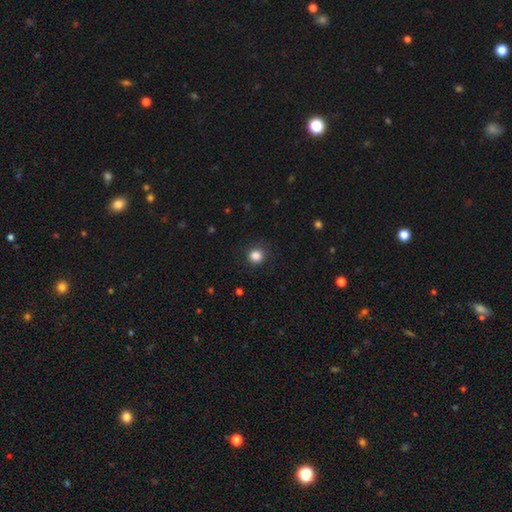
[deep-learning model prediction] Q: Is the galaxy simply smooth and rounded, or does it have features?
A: smooth — 85%.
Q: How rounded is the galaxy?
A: round — 91%.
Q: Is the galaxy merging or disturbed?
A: none — 88%.